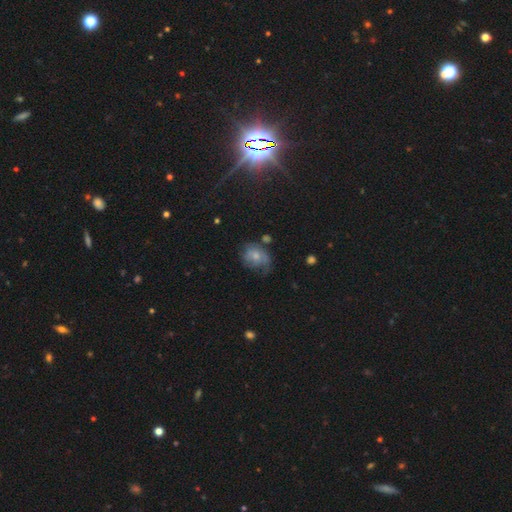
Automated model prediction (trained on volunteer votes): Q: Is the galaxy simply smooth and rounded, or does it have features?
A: smooth — 51%.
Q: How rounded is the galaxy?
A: round — 51%.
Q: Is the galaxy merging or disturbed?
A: none — 39%.